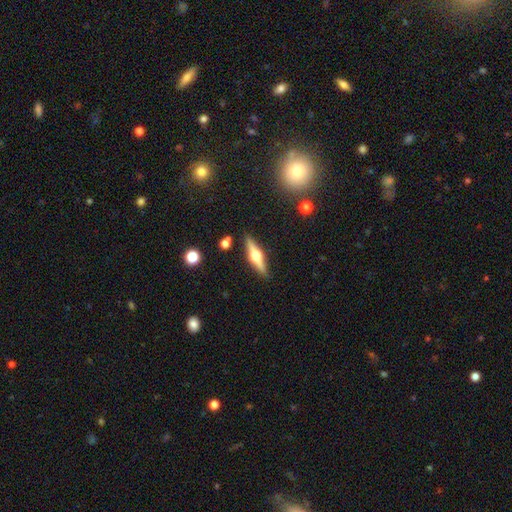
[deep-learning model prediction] featured or disk 73%, smooth 21%, star or artifact 6%. Down the decision tree: edge-on disk — yes (97%); edge-on bulge — rounded (96%); merging — none (89%).